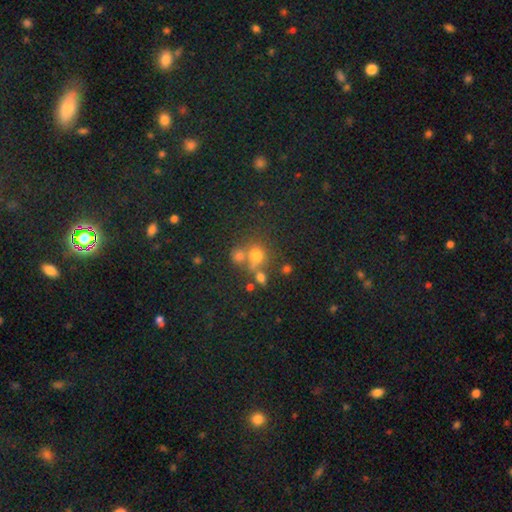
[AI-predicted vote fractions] Overall: smooth (65%). How rounded: round (82%). Merging: none (51%; merger 33%).